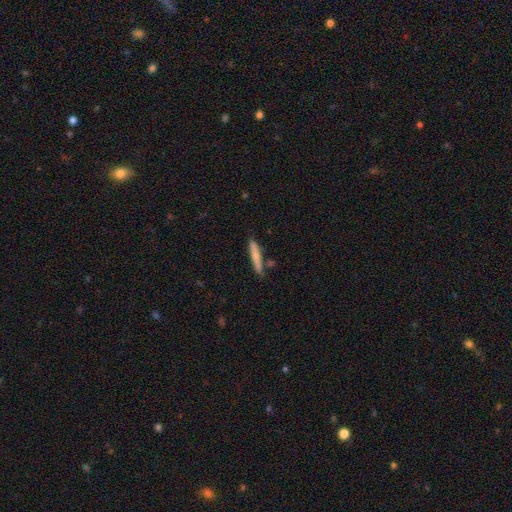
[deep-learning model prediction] Smooth or featured? smooth (69%)
How rounded? cigar-shaped (92%)
Merging? none (78%)